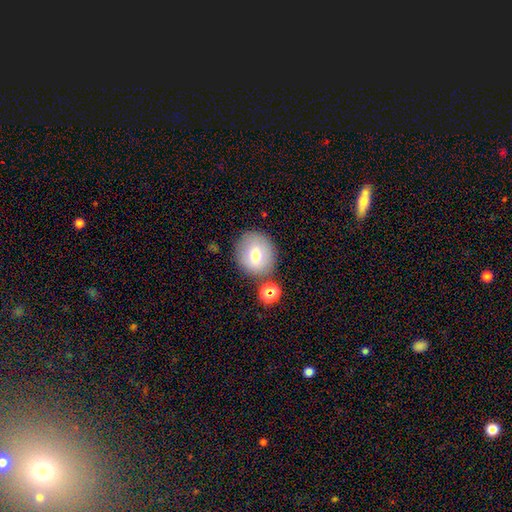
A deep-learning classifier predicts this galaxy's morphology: This appears to be a smooth galaxy with no disk features (71%) that is round (84%). Merging: none (77%).